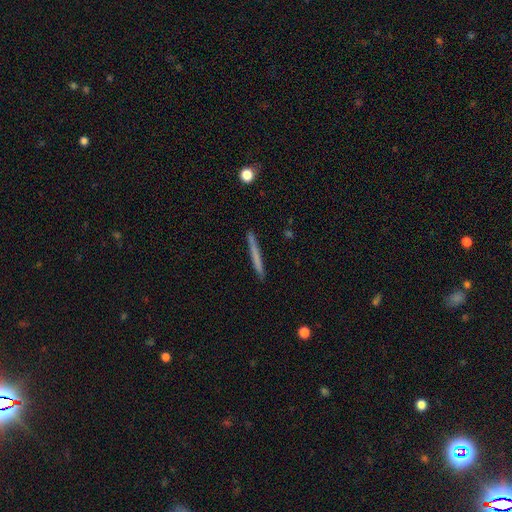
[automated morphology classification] type=smooth (61%); roundness=cigar-shaped (97%); merging=none (91%).